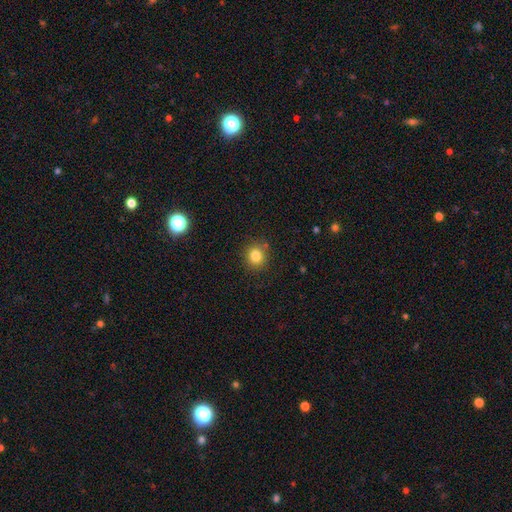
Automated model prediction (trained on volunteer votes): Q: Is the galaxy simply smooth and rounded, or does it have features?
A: smooth — 81%.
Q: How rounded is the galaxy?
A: round — 86%.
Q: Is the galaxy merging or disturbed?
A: none — 84%.